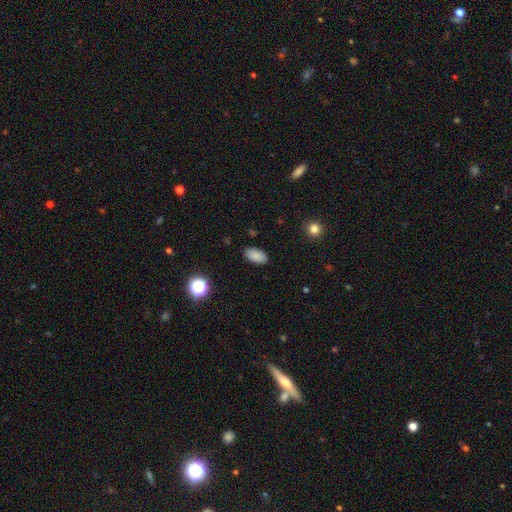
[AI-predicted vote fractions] smooth-or-featured: smooth: 84% | star or artifact: 10% | featured or disk: 6%
  how-rounded: in between: 93% | round: 4% | cigar-shaped: 3%
  merging: none: 88% | minor disturbance: 9% | major disturbance: 2% | merger: 1%